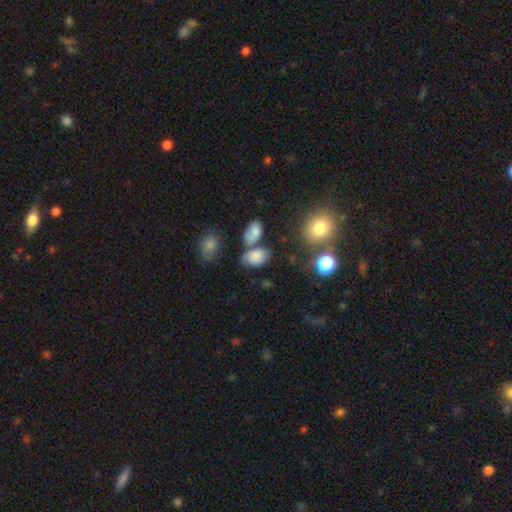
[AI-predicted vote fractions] Smooth or featured? Predicted: smooth (p=0.78). How rounded? Predicted: in between (p=0.87). Merging? Predicted: none (p=0.56).